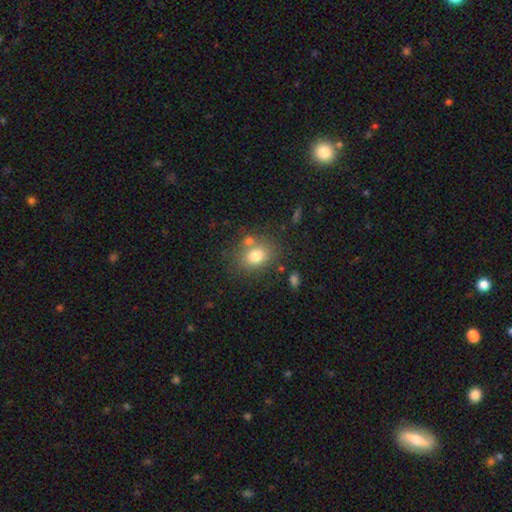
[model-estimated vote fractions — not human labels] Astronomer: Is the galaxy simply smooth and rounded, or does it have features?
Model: smooth — 78%.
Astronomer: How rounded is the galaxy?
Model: in between — 51% (runner-up: round, 48%).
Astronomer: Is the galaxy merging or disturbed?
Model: none — 67%.